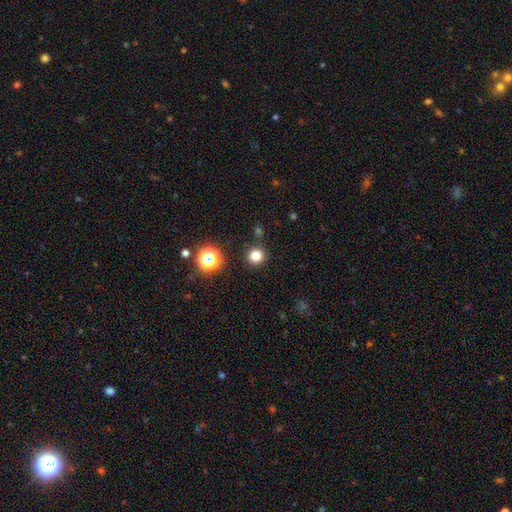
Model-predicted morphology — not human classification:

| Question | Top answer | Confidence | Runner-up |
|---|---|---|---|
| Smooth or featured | smooth | 80% | star or artifact (16%) |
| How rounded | round | 94% | in between (5%) |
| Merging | none | 90% | minor disturbance (6%) |